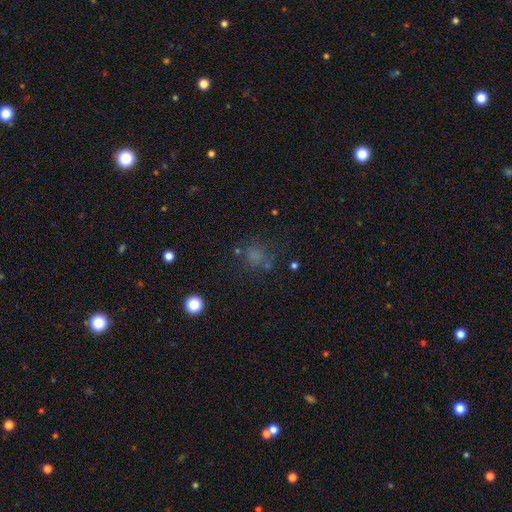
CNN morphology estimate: smooth 62%, star or artifact 25%, featured or disk 13%. Down the decision tree: how rounded — round (77%); merging — none (64%).